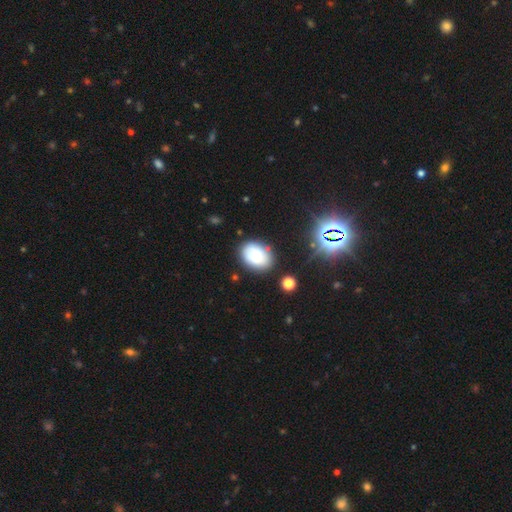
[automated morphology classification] A smooth galaxy with no disk features (69%) that is in between round and cigar-shaped (71%).

Vote fractions:
- Smooth or featured? smooth: 69% / featured or disk: 19% / star or artifact: 12%
- How rounded? in between: 71% / round: 28% / cigar-shaped: 1%
- Merging? none: 78% / minor disturbance: 15% / merger: 4% / major disturbance: 4%